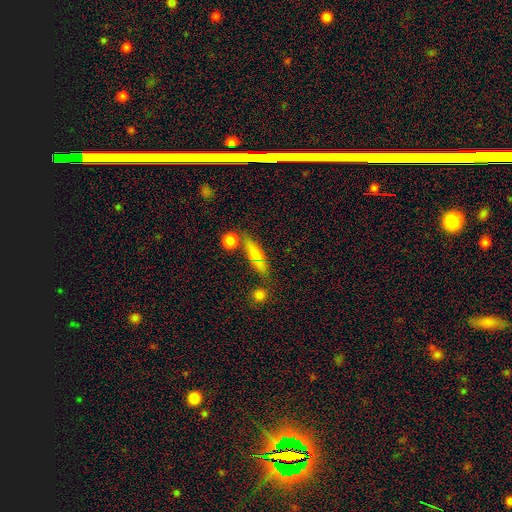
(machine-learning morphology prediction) Smooth or featured? smooth (68%)
How rounded? cigar-shaped (65%)
Merging? none (70%)